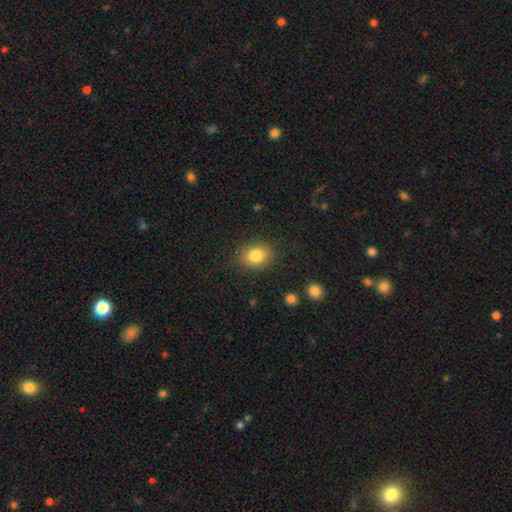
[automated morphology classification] type=smooth (83%); roundness=in between (54%); merging=none (86%).